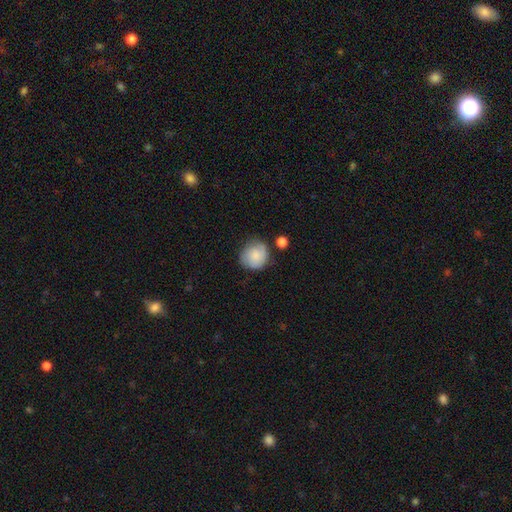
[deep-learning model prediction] Q: Smooth or featured?
A: smooth (77%); runner-up: featured or disk (15%)
Q: How rounded?
A: round (84%); runner-up: in between (15%)
Q: Merging?
A: none (66%); runner-up: minor disturbance (22%)